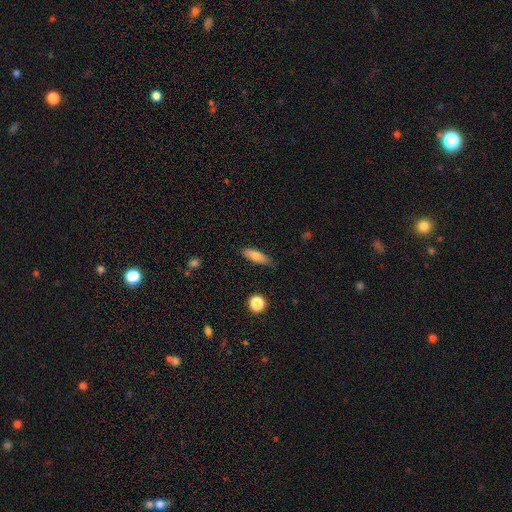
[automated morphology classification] smooth-or-featured: smooth: 75% | featured or disk: 17% | star or artifact: 8%
  how-rounded: cigar-shaped: 49% | in between: 48% | round: 3%
  merging: none: 76% | minor disturbance: 19% | major disturbance: 3% | merger: 2%